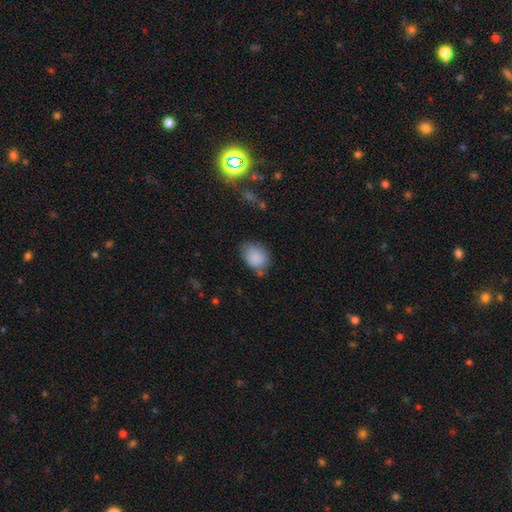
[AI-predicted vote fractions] A smooth galaxy with no disk features (86%) that is in between round and cigar-shaped (63%).

Vote fractions:
- Smooth or featured? smooth: 86% / star or artifact: 8% / featured or disk: 6%
- How rounded? in between: 63% / round: 36% / cigar-shaped: 1%
- Merging? none: 61% / minor disturbance: 27% / major disturbance: 7% / merger: 5%